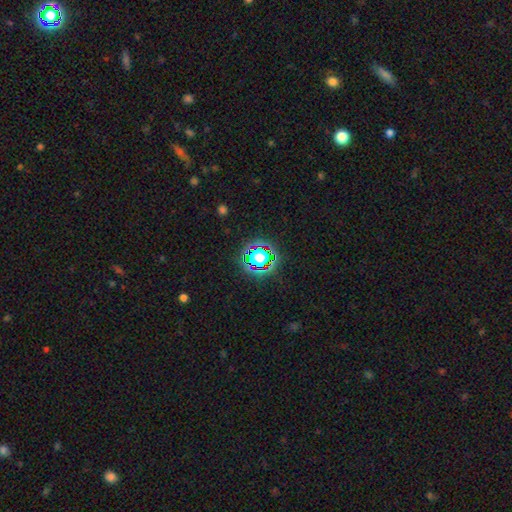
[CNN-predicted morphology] star or artifact 57%, smooth 31%, featured or disk 12%.